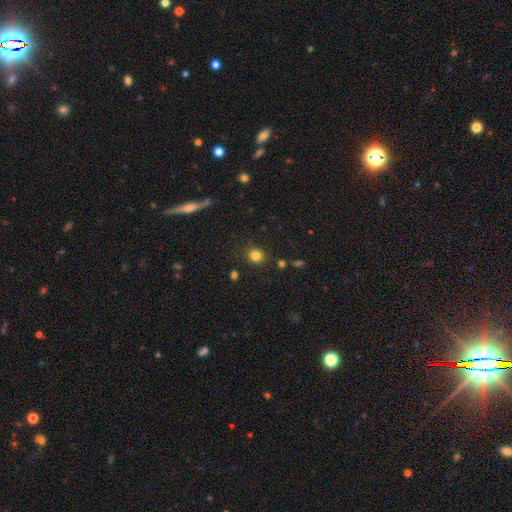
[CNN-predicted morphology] Overall: smooth (82%). How rounded: round (80%). Merging: none (85%).